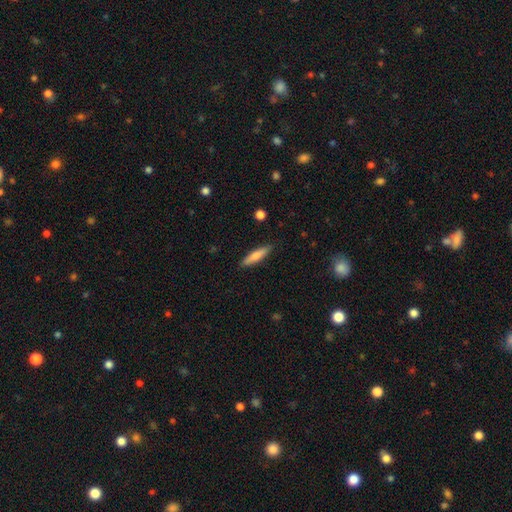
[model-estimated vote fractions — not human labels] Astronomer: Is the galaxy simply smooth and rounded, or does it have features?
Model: smooth — 70%.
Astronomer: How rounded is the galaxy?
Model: cigar-shaped — 82%.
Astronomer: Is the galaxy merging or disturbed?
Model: none — 89%.